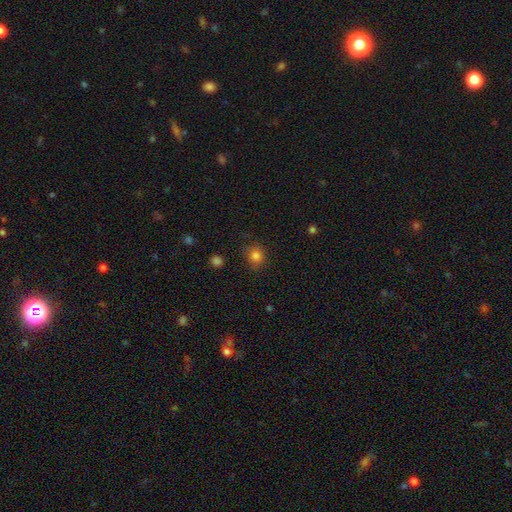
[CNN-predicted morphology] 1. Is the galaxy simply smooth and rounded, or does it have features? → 82% smooth, 12% star or artifact, 5% featured or disk.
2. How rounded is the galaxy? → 82% round, 18% in between, 1% cigar-shaped.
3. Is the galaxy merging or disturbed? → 81% none, 14% minor disturbance, 4% major disturbance, 2% merger.